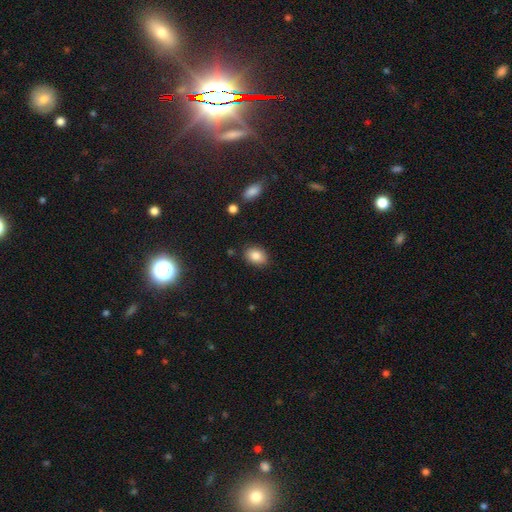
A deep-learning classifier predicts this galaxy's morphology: Smooth or featured? smooth (85%)
How rounded? in between (81%)
Merging? none (83%)